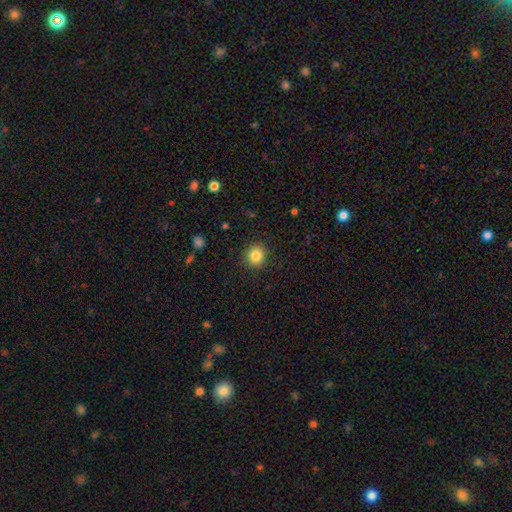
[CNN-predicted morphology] A smooth galaxy with no disk features (84%) that is round (87%). Merging: none (90%).